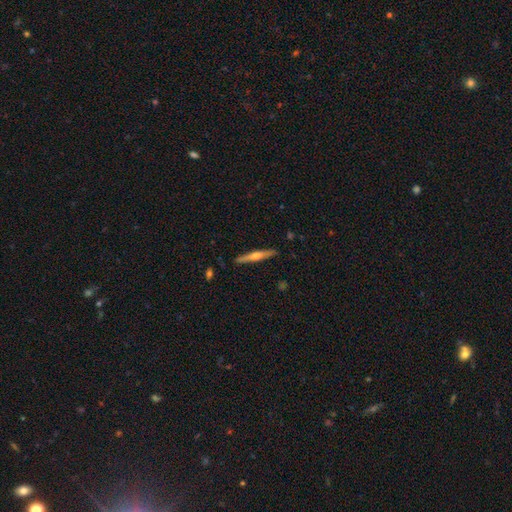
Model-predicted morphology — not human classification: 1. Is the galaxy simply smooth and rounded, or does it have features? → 67% featured or disk, 27% smooth, 6% star or artifact.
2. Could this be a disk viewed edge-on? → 98% yes, 2% no.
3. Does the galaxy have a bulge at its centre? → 89% rounded, 7% none, 4% boxy.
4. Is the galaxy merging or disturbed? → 90% none, 7% minor disturbance, 1% major disturbance, 1% merger.